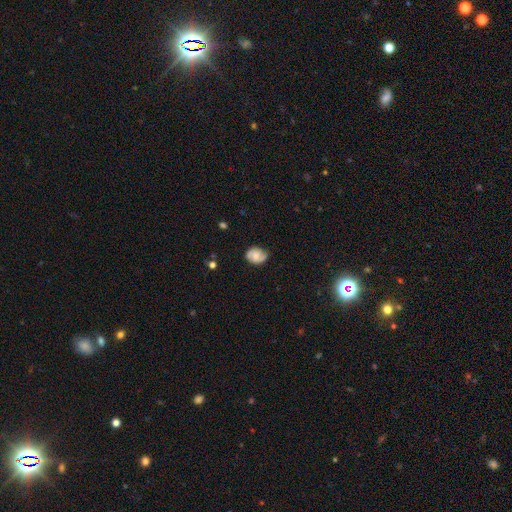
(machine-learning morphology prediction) smooth-or-featured: featured or disk: 46% | smooth: 45% | star or artifact: 9%
  merging: none: 74% | minor disturbance: 20% | major disturbance: 5% | merger: 2%